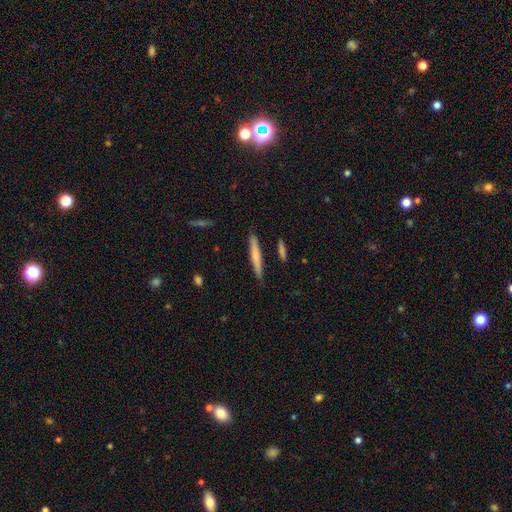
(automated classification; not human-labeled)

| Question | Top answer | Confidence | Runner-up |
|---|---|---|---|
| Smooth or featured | smooth | 57% | featured or disk (37%) |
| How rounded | cigar-shaped | 95% | in between (4%) |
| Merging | none | 88% | minor disturbance (8%) |